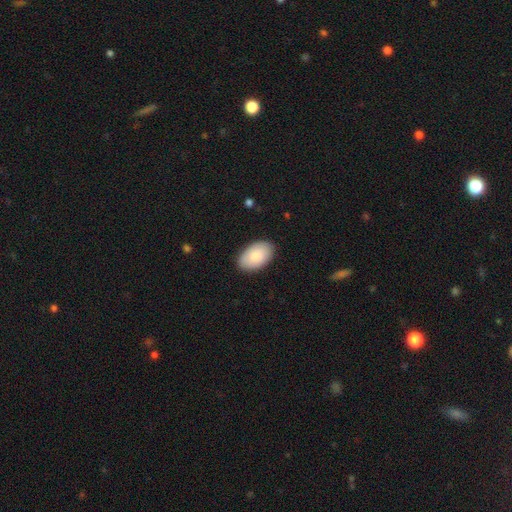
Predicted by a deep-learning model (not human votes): This is clearly a smooth galaxy (87%). How rounded: clearly in between (95%). Merging: clearly none (87%).